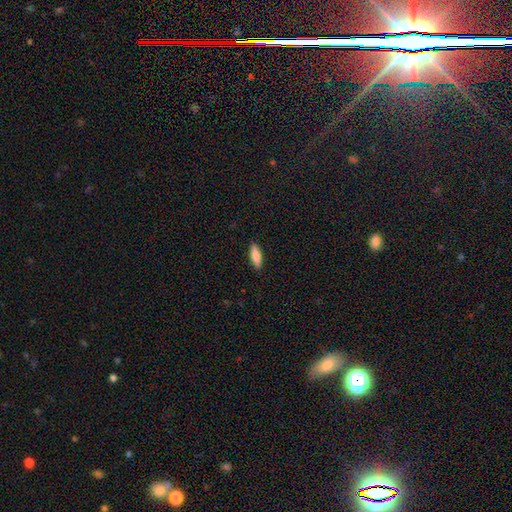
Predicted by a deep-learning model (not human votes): The model was most divided on "how rounded": in between: 50%, cigar-shaped: 48%, round: 2%. More confident: merging — none (90%); smooth or featured — smooth (84%).